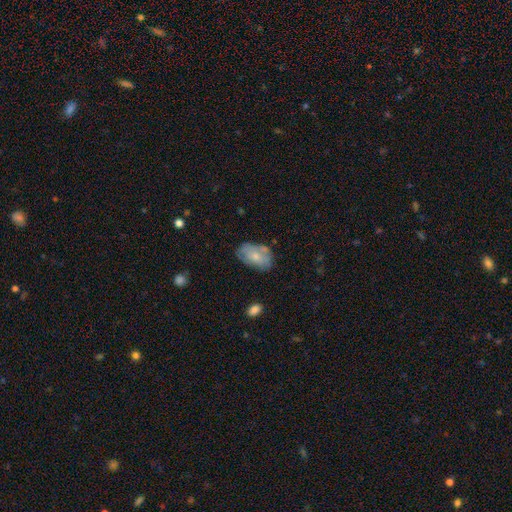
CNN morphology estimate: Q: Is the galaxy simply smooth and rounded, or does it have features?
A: smooth — 61%.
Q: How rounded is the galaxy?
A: in between — 91%.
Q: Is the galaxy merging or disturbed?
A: none — 59%.